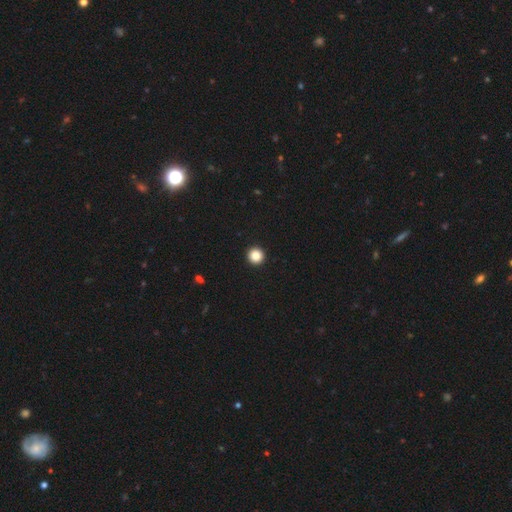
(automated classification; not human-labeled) A smooth galaxy with no disk features (87%) that is round (96%).

Vote fractions:
- Smooth or featured? smooth: 87% / star or artifact: 10% / featured or disk: 3%
- How rounded? round: 96% / in between: 3% / cigar-shaped: 1%
- Merging? none: 94% / minor disturbance: 3% / major disturbance: 1% / merger: 1%